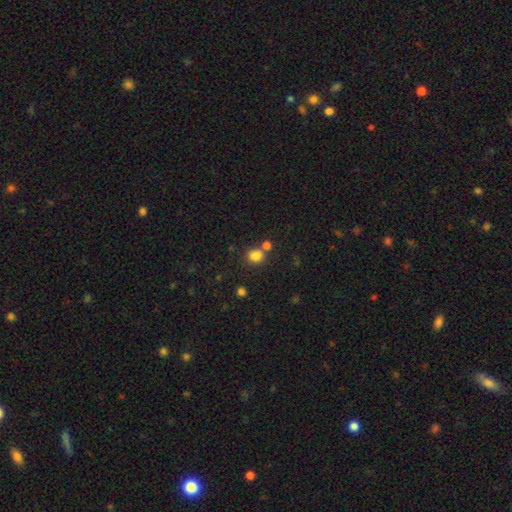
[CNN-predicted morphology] Smooth or featured?
  - smooth: 82% *
  - star or artifact: 13%
  - featured or disk: 5%
How rounded?
  - round: 72% *
  - in between: 27%
  - cigar-shaped: 1%
Merging?
  - none: 62% *
  - merger: 24%
  - minor disturbance: 10%
  - major disturbance: 4%